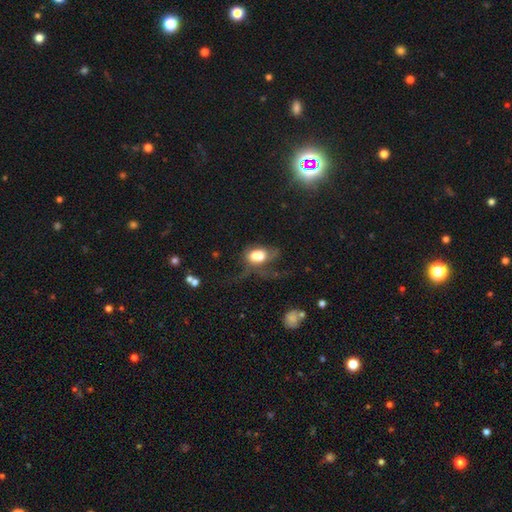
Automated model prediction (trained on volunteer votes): Q: Smooth or featured?
A: smooth (57%); runner-up: featured or disk (32%)
Q: How rounded?
A: in between (66%); runner-up: round (32%)
Q: Merging?
A: major disturbance (43%); runner-up: merger (28%)